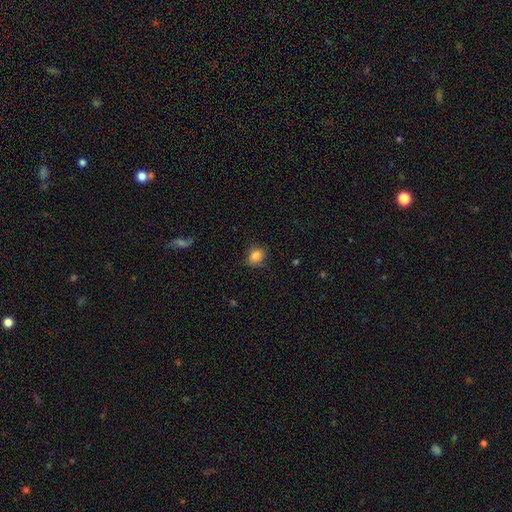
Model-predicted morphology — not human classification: Smooth or featured: smooth — 85% (star or artifact — 10%)
How rounded: round — 60% (in between — 39%)
Merging: none — 82% (minor disturbance — 14%)